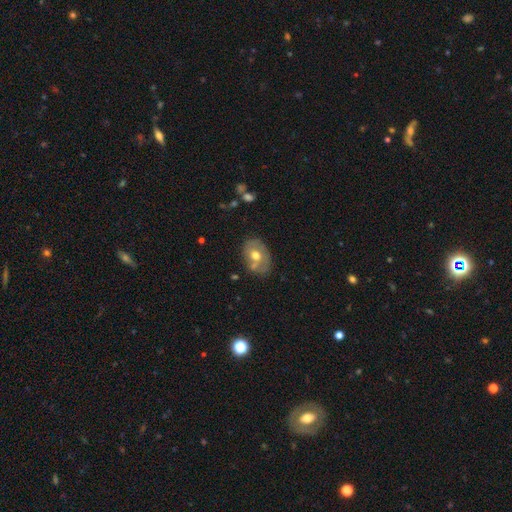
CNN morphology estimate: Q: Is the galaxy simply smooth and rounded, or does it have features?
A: smooth — 50%.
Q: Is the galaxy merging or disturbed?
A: none — 58%.